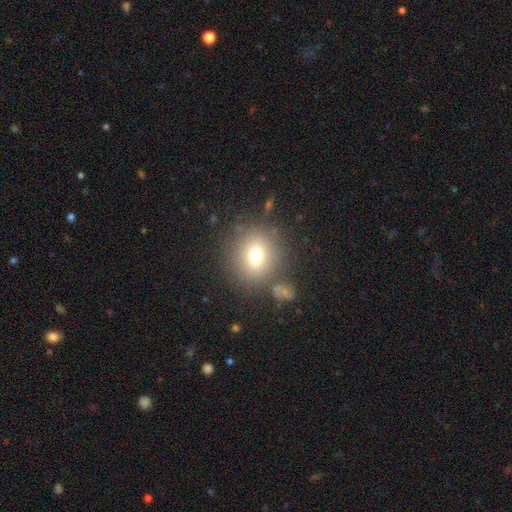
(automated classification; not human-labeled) smooth 74%, featured or disk 13%, star or artifact 13%. Down the decision tree: how rounded — round (76%); merging — none (81%).